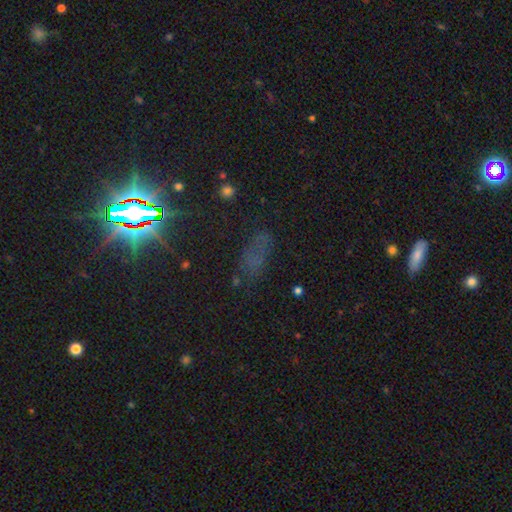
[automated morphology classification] A star or artifact, not a galaxy (56%).

Vote fractions:
- Smooth or featured? star or artifact: 56% / smooth: 28% / featured or disk: 16%